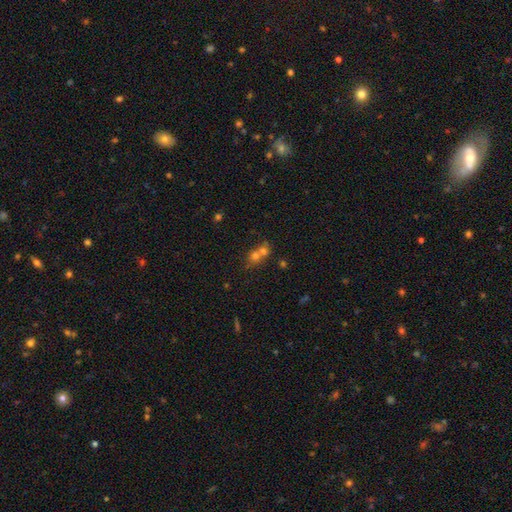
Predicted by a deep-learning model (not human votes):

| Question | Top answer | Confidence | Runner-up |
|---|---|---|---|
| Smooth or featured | smooth | 62% | star or artifact (20%) |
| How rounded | round | 78% | in between (21%) |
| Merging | merger | 59% | none (33%) |